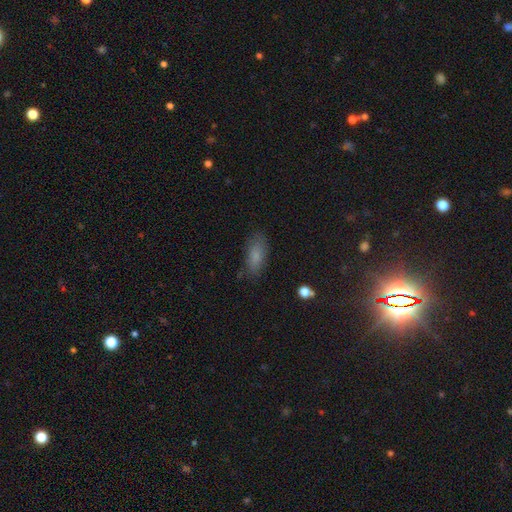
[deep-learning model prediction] Smooth or featured: smooth — 81% (featured or disk — 10%)
How rounded: in between — 81% (cigar-shaped — 16%)
Merging: none — 79% (minor disturbance — 15%)